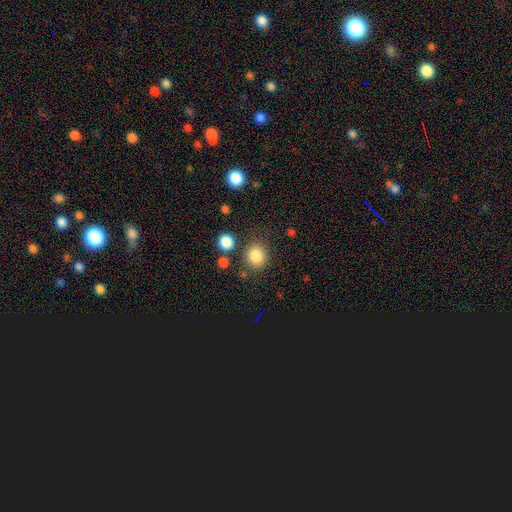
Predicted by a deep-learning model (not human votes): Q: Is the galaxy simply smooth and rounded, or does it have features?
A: smooth — 84%.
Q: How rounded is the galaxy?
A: round — 78%.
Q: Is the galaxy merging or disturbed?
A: none — 78%.